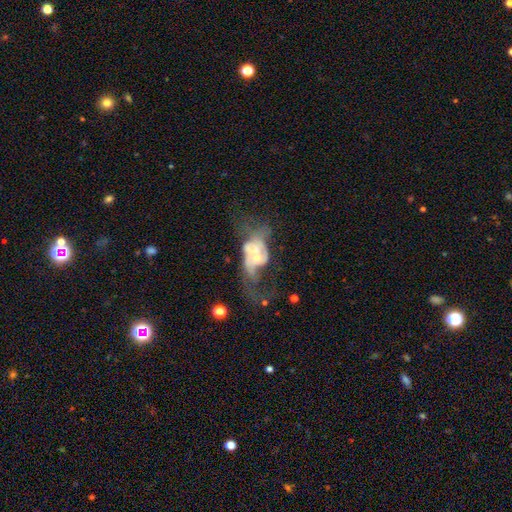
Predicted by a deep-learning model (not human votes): Smooth or featured? featured or disk (69%)
Edge-on disk? no (96%)
Bar? no (69%)
Spiral arms? yes (57%)
Bulge size? moderate (49%)
Merging? merger (49%)